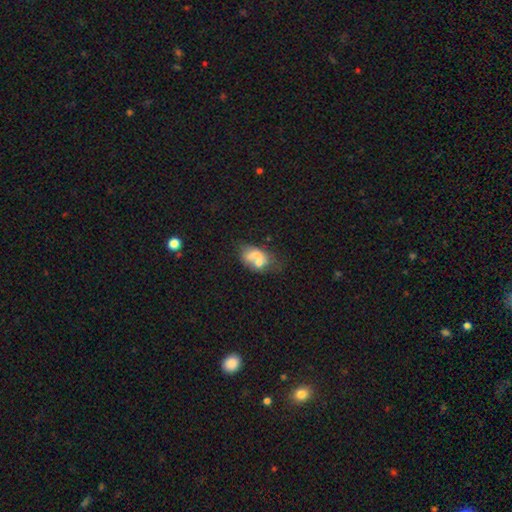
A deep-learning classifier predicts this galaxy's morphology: Smooth or featured? Predicted: smooth (p=0.56). How rounded? Predicted: in between (p=0.79). Merging? Predicted: merger (p=0.43).